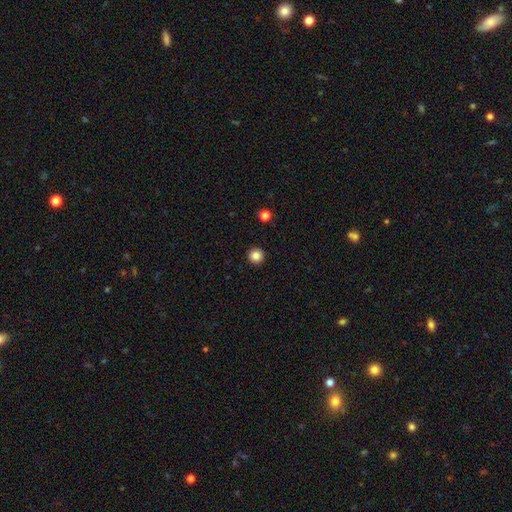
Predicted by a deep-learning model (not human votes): smooth 84%, star or artifact 11%, featured or disk 5%. Down the decision tree: how rounded — round (96%); merging — none (94%).